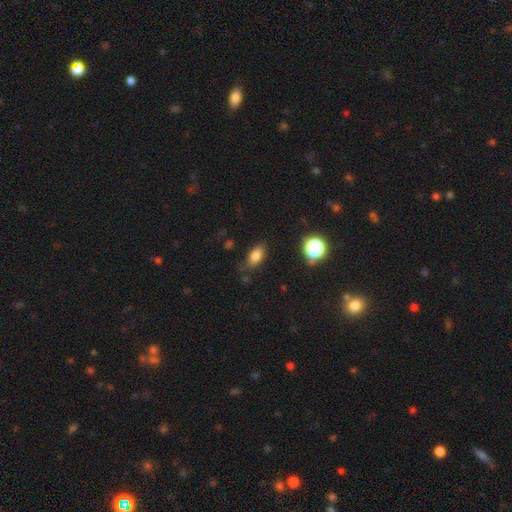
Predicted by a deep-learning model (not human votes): Smooth or featured? Predicted: smooth (p=0.79). How rounded? Predicted: in between (p=0.84). Merging? Predicted: none (p=0.77).